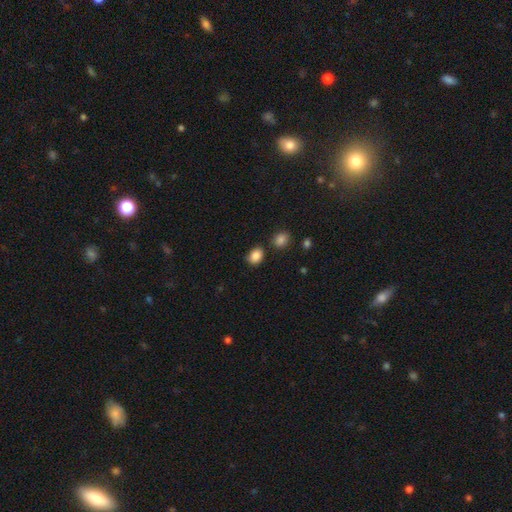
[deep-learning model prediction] This appears to be a smooth galaxy with no disk features (87%) that is in between round and cigar-shaped (61%). Merging: none (76%).